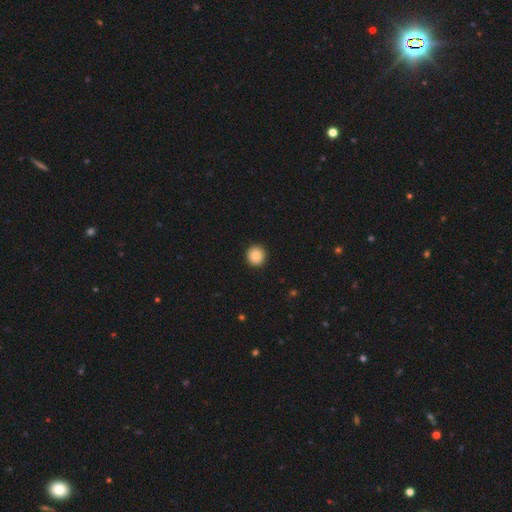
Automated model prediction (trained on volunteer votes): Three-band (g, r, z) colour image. It shows a smooth galaxy with no disk features (87%) that is round (92%). Merging: none (92%).